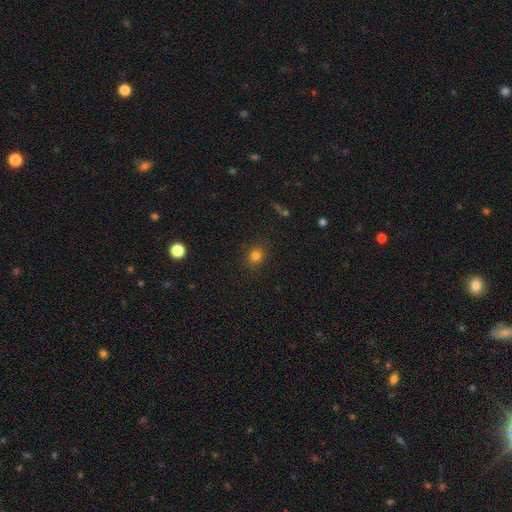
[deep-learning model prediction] Q: Smooth or featured?
A: smooth (80%); runner-up: star or artifact (14%)
Q: How rounded?
A: round (75%); runner-up: in between (24%)
Q: Merging?
A: none (87%); runner-up: minor disturbance (8%)